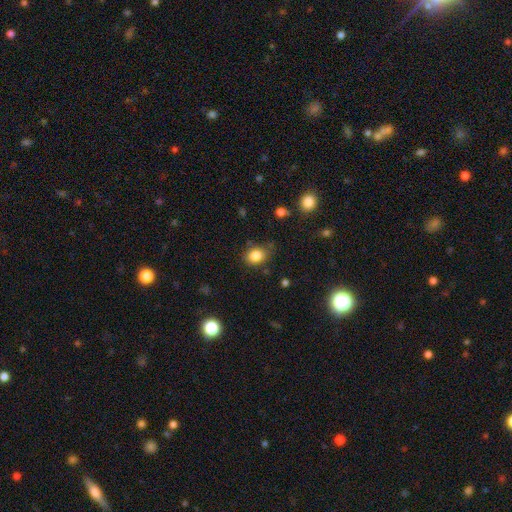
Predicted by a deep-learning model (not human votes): Smooth or featured? Predicted: smooth (p=0.84). How rounded? Predicted: in between (p=0.51). Merging? Predicted: none (p=0.72).